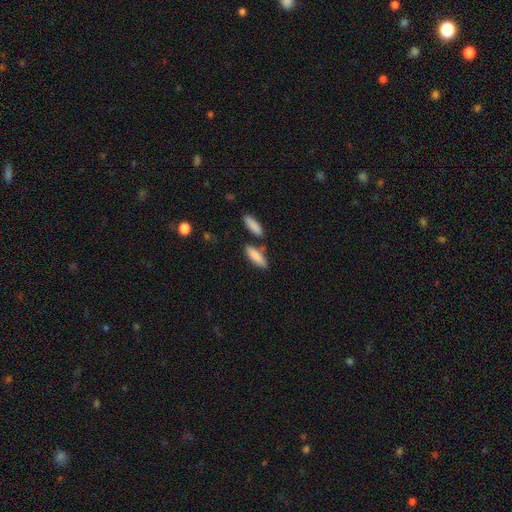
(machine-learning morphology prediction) smooth-or-featured: smooth: 85% | featured or disk: 9% | star or artifact: 6%
  how-rounded: in between: 51% | cigar-shaped: 46% | round: 2%
  merging: none: 64% | merger: 20% | minor disturbance: 13% | major disturbance: 4%